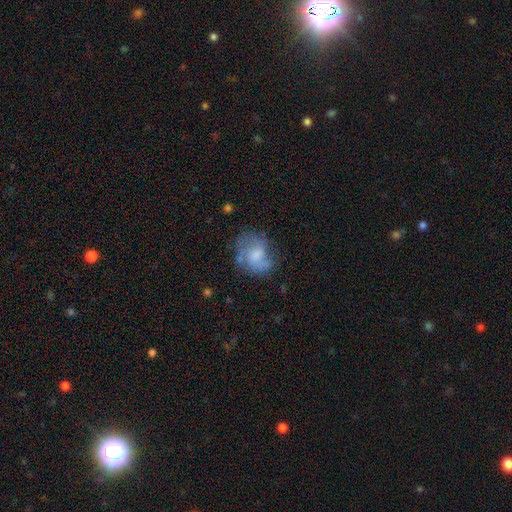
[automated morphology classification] Overall: smooth (48%; featured or disk 43%). Merging: none (51%; minor disturbance 26%).